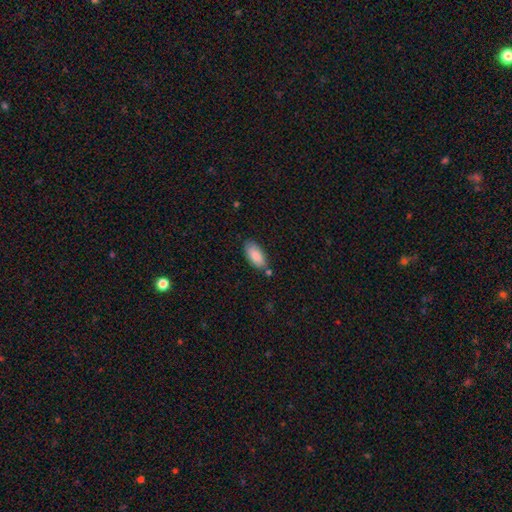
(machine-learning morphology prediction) smooth_or_featured: smooth (p=0.87) [alt: featured or disk p=0.07]
how_rounded: in between (p=0.88) [alt: cigar-shaped p=0.10]
merging: none (p=0.72) [alt: minor disturbance p=0.18]